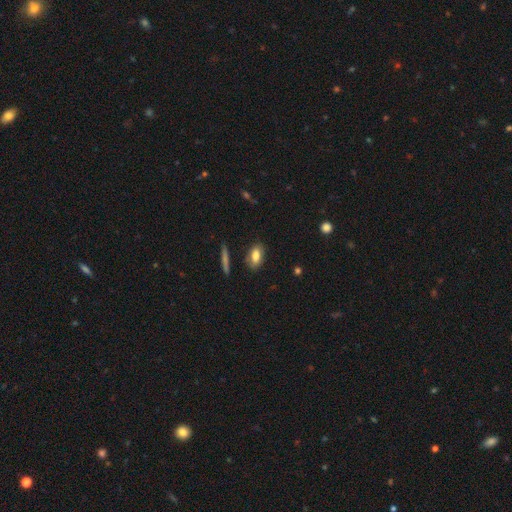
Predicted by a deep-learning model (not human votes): This appears to be a smooth galaxy with no disk features (81%) that is in between round and cigar-shaped (85%). Merging: none (82%).